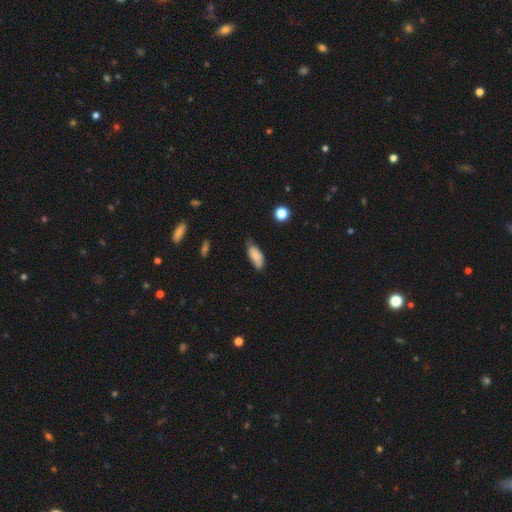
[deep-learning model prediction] Overall: smooth (79%). How rounded: in between (82%). Merging: none (55%; minor disturbance 35%).